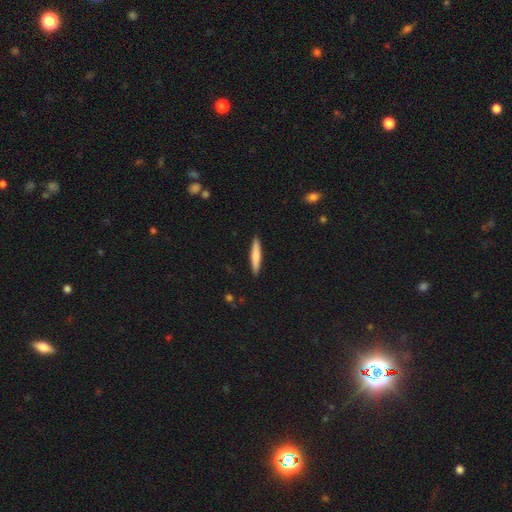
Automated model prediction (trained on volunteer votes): smooth-or-featured: smooth: 71% | featured or disk: 24% | star or artifact: 5%
  how-rounded: cigar-shaped: 92% | in between: 7% | round: 1%
  merging: none: 91% | minor disturbance: 7% | major disturbance: 1% | merger: 1%